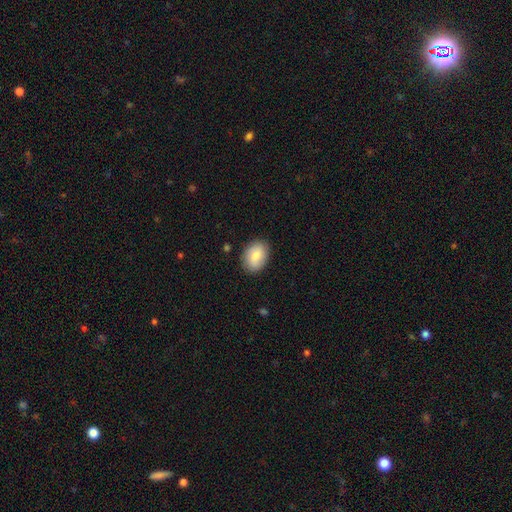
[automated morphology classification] The model was most divided on "how rounded": in between: 75%, round: 24%, cigar-shaped: 1%. More confident: merging — none (85%); smooth or featured — smooth (77%).